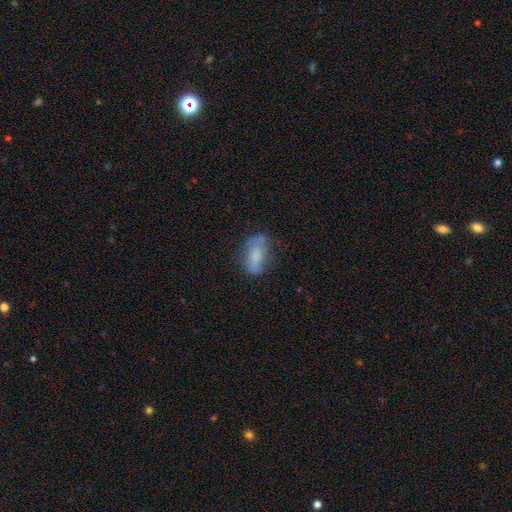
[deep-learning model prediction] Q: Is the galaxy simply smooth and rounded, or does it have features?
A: smooth — 62%.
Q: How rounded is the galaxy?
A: in between — 82%.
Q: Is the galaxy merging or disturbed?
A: none — 57%.